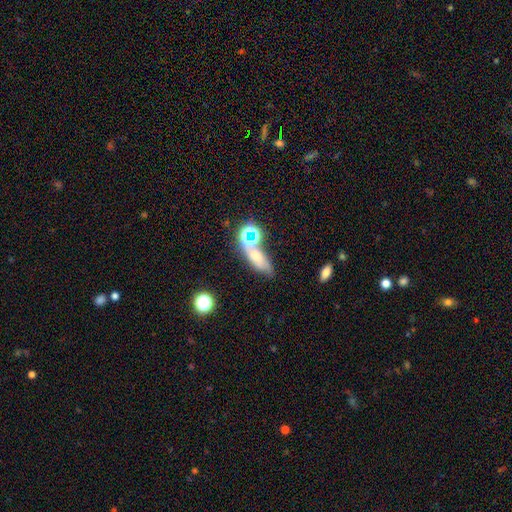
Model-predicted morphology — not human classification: Smooth or featured?
  - smooth: 52% *
  - star or artifact: 24%
  - featured or disk: 24%
How rounded?
  - in between: 58% *
  - cigar-shaped: 26%
  - round: 16%
Merging?
  - none: 46% *
  - merger: 25%
  - minor disturbance: 18%
  - major disturbance: 11%